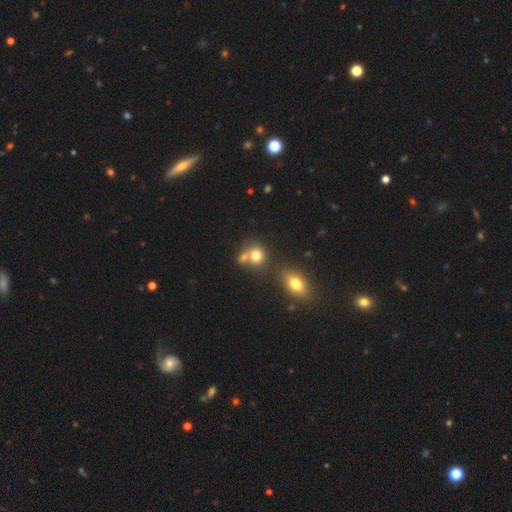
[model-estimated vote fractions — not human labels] A smooth galaxy with no disk features (77%) that is round (77%).

Vote fractions:
- Smooth or featured? smooth: 77% / star or artifact: 12% / featured or disk: 11%
- How rounded? round: 77% / in between: 22% / cigar-shaped: 1%
- Merging? none: 44% / merger: 41% / minor disturbance: 10% / major disturbance: 5%